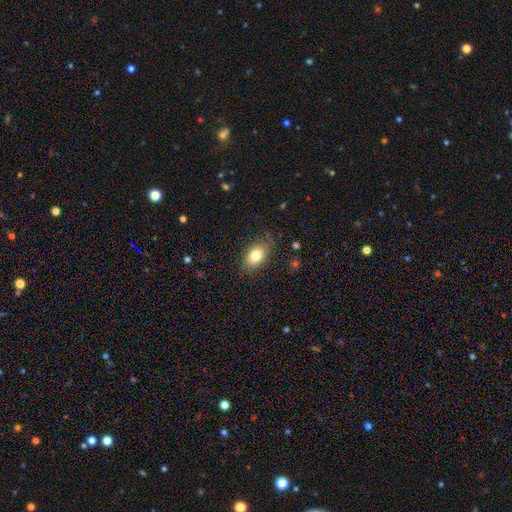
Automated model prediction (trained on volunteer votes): A smooth galaxy with no disk features (80%) that is in between round and cigar-shaped (85%). Merging: none (73%).